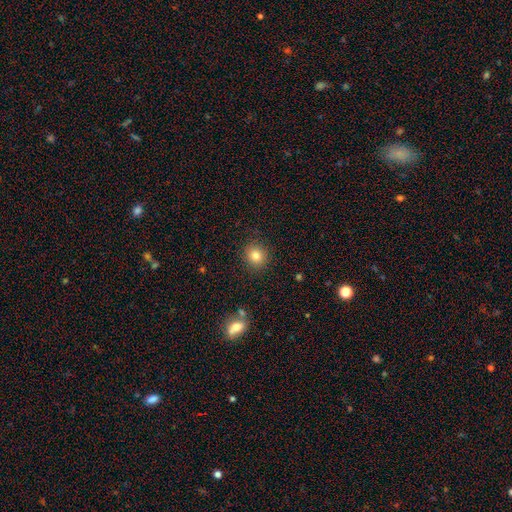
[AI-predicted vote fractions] A smooth galaxy with no disk features (82%) that is round (85%). Merging: none (89%).